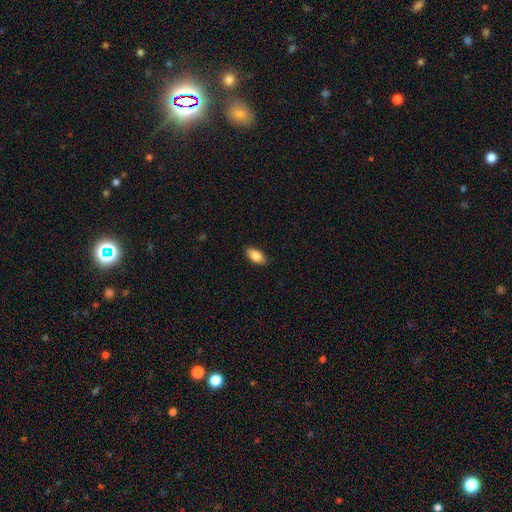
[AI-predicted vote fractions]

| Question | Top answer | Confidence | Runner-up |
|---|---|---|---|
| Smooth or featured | smooth | 86% | featured or disk (7%) |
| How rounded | in between | 93% | cigar-shaped (5%) |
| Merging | none | 89% | minor disturbance (8%) |